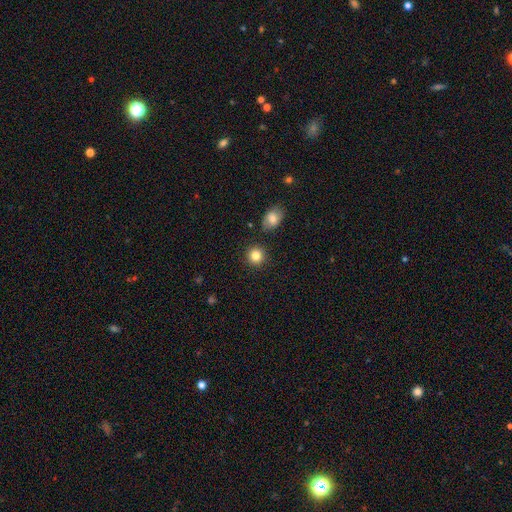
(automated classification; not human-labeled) Overall: smooth (84%). How rounded: round (89%). Merging: none (87%).